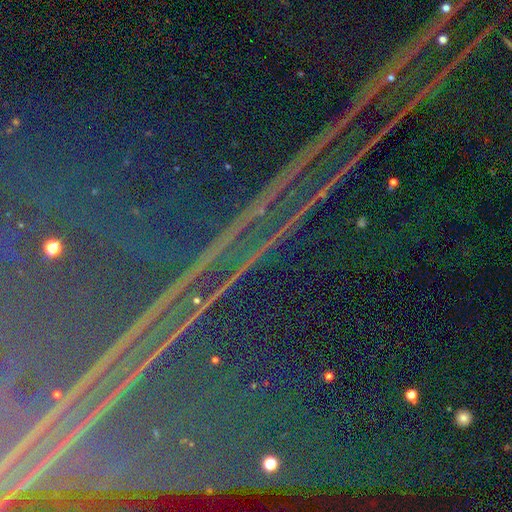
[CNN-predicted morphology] type=star or artifact (91%).